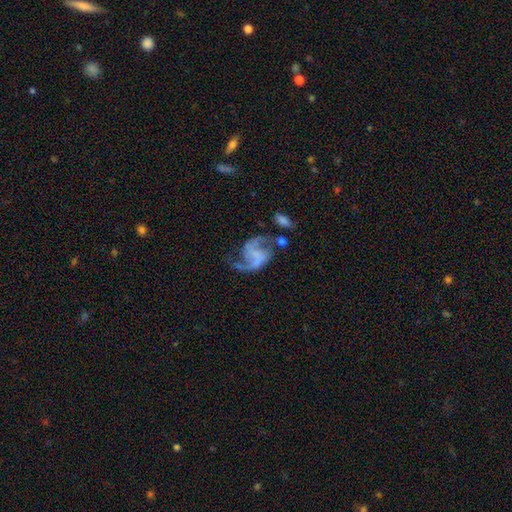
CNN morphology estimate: smooth-or-featured: featured or disk: 86% | smooth: 7% | star or artifact: 7%
  disk-edge-on: no: 98% | yes: 2%
    bar: no: 50% | weak: 34% | strong: 16%
    has-spiral-arms: yes: 95% | no: 5%
      spiral-winding: loose: 57% | medium: 36% | tight: 7%
      spiral-arm-count: 2: 91% | 1: 3% | can't tell: 2% | 3: 1% | 4: 1% | more than 4: 1%
    bulge-size: none: 71% | small: 14% | moderate: 8% | large: 5% | dominant: 2%
  merging: none: 55% | minor disturbance: 19% | major disturbance: 18% | merger: 8%